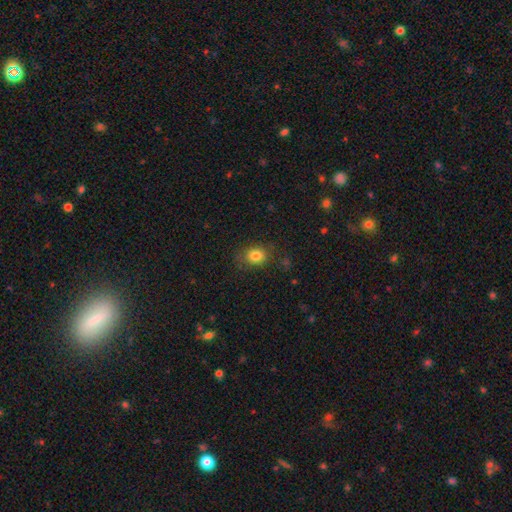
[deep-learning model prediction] This appears to be a smooth galaxy with no disk features (81%) that is round (57%). Merging: none (77%).